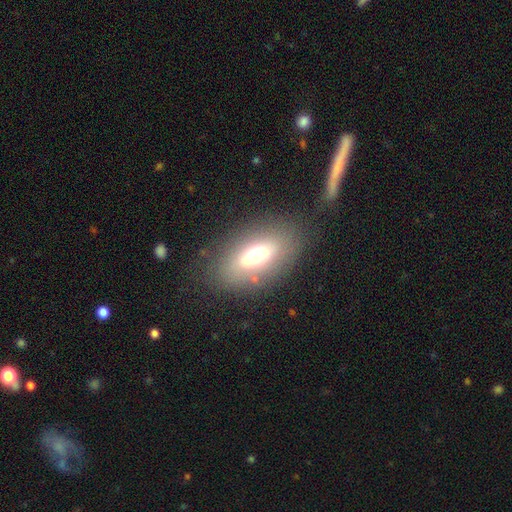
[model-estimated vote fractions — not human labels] This is likely a smooth galaxy (61%). How rounded: clearly in between (85%). Merging: likely none (77%).